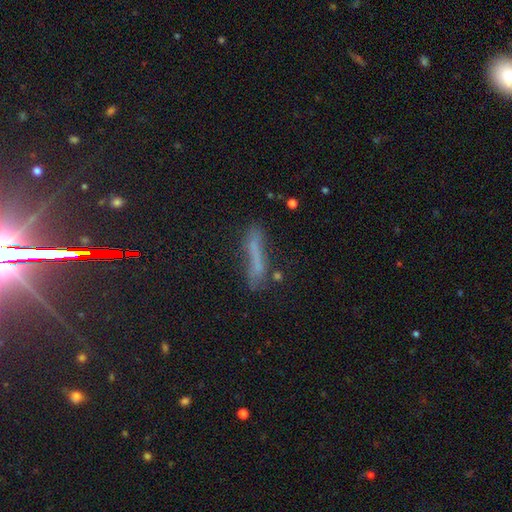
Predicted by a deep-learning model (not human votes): Smooth or featured: smooth — 48% (featured or disk — 30%)
Merging: none — 58% (minor disturbance — 23%)